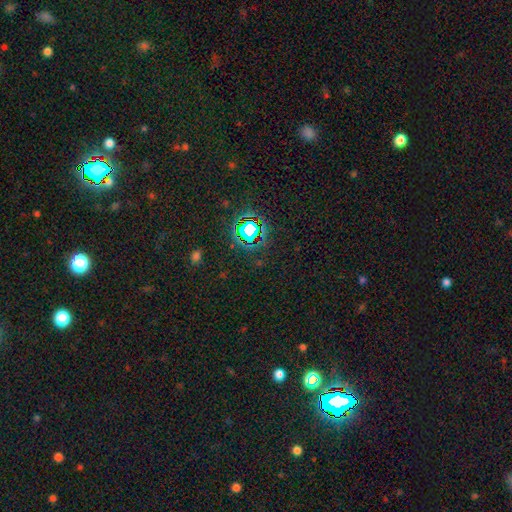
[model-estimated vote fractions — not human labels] Smooth or featured: star or artifact — 79% (smooth — 13%)